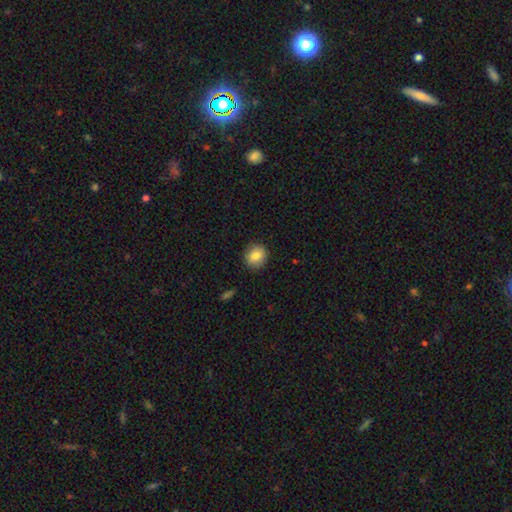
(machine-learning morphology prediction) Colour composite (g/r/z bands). It shows a smooth galaxy with no disk features (83%) that is round (78%). Merging: none (89%).